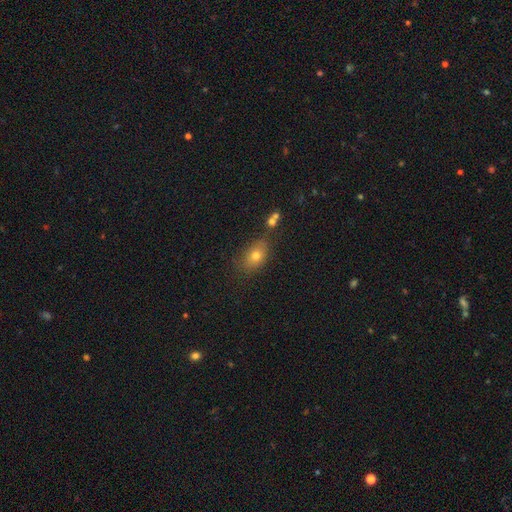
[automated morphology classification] smooth_or_featured: smooth (p=0.74) [alt: star or artifact p=0.14]
how_rounded: in between (p=0.76) [alt: round p=0.21]
merging: none (p=0.70) [alt: minor disturbance p=0.16]